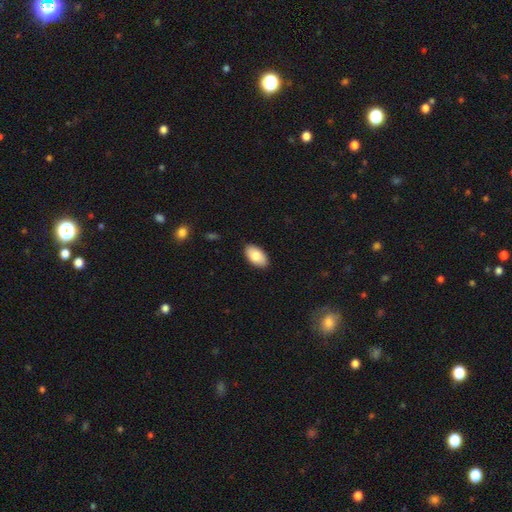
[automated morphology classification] Smooth or featured? smooth (83%)
How rounded? in between (95%)
Merging? none (89%)